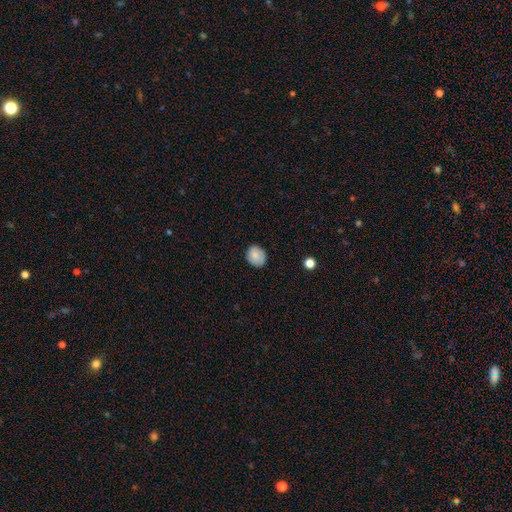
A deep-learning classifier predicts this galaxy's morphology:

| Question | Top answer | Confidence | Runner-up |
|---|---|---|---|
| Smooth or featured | smooth | 81% | featured or disk (12%) |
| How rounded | round | 70% | in between (30%) |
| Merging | none | 84% | minor disturbance (13%) |